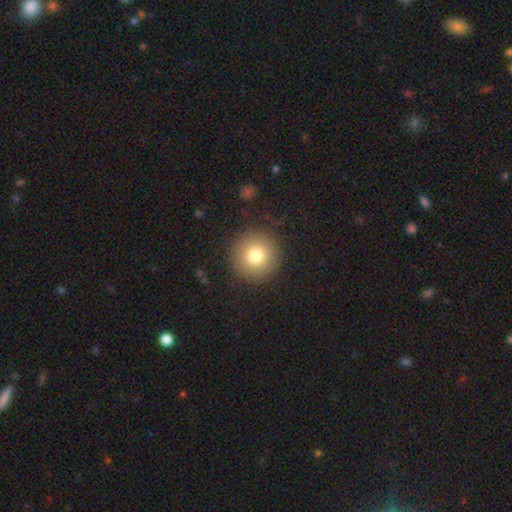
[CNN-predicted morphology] smooth 80%, star or artifact 10%, featured or disk 10%. Down the decision tree: how rounded — round (96%); merging — none (89%).